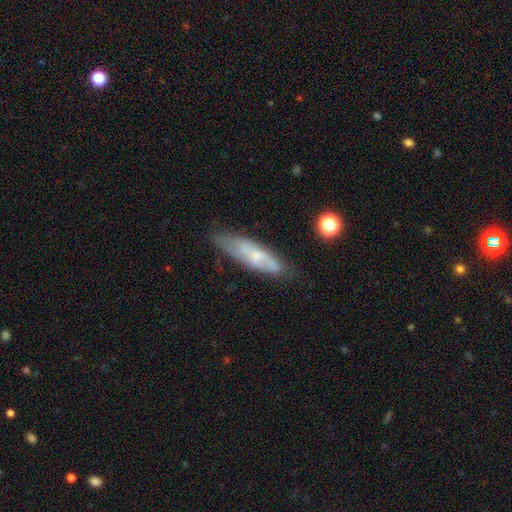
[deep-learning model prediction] Morphology: type=featured or disk (54%); edge-on=no (69%); merging=none (67%).